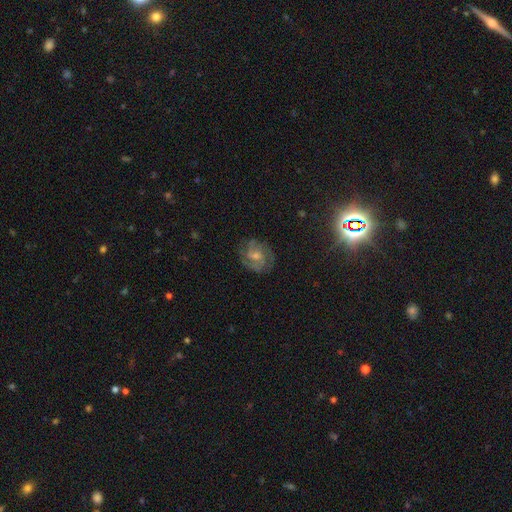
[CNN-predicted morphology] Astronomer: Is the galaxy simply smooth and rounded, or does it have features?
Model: featured or disk — 73%.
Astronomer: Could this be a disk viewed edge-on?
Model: no — 98%.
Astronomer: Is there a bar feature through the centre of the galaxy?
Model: no — 50% (runner-up: weak, 40%).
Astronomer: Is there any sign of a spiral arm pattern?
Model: yes — 95%.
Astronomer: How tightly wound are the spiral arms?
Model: tight — 58% (runner-up: medium, 35%).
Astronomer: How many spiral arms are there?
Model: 2 — 29% (runner-up: 3, 28%).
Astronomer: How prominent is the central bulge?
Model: small — 51% (runner-up: moderate, 42%).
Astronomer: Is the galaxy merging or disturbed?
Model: none — 80%.